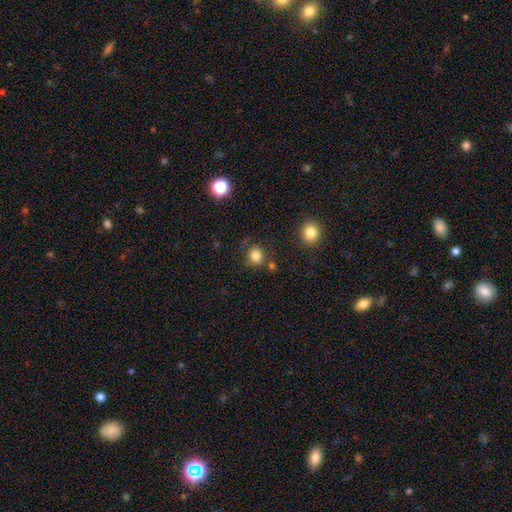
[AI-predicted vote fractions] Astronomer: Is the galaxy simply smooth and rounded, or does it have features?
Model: smooth — 82%.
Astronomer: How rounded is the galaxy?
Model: round — 79%.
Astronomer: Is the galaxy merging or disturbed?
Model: none — 76%.